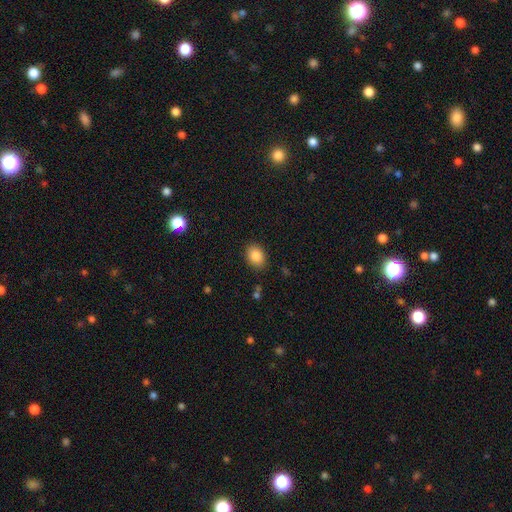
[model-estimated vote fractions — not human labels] smooth-or-featured: smooth: 86% | star or artifact: 8% | featured or disk: 5%
  how-rounded: in between: 66% | round: 33% | cigar-shaped: 1%
  merging: none: 87% | minor disturbance: 9% | major disturbance: 3% | merger: 1%